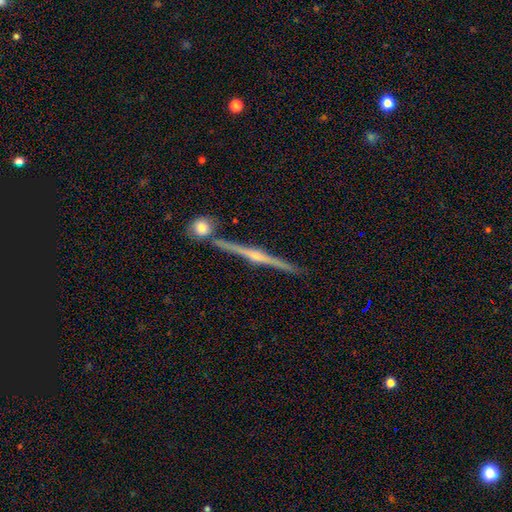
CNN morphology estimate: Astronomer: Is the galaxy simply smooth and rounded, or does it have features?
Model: featured or disk — 85%.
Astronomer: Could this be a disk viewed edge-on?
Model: yes — 98%.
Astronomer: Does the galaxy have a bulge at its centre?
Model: rounded — 80%.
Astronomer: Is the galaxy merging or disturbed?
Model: none — 87%.